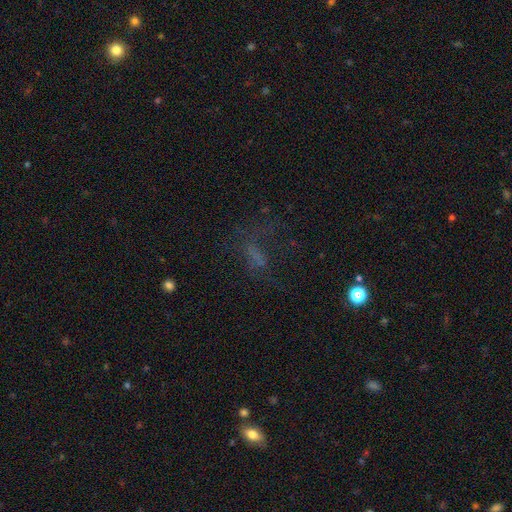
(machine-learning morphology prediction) Overall: smooth (36%; star or artifact 35%). Merging: none (45%; major disturbance 35%).